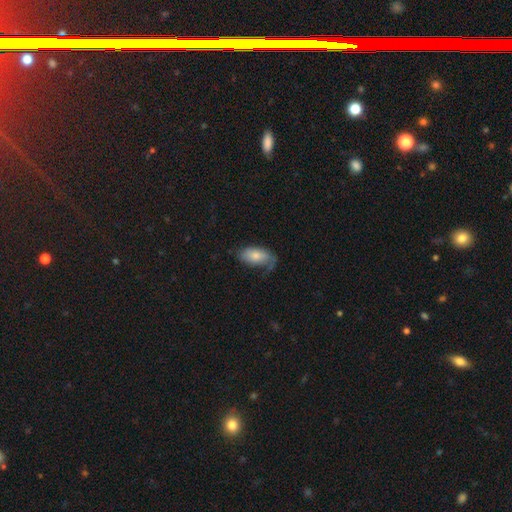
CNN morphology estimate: type=smooth (74%); roundness=in between (92%); merging=none (49%).